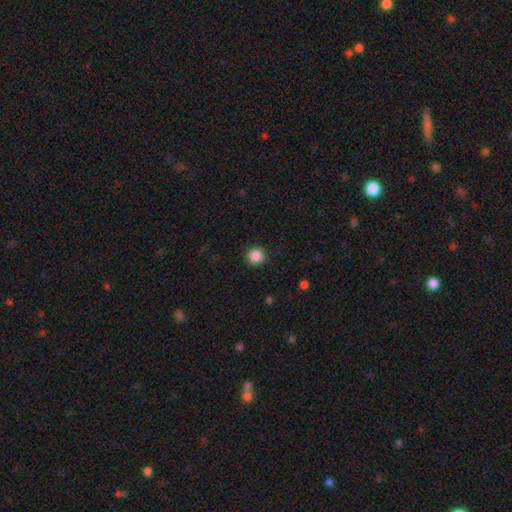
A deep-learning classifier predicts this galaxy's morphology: smooth_or_featured: smooth (p=0.87) [alt: star or artifact p=0.10]
how_rounded: round (p=0.95) [alt: in between p=0.04]
merging: none (p=0.92) [alt: minor disturbance p=0.05]